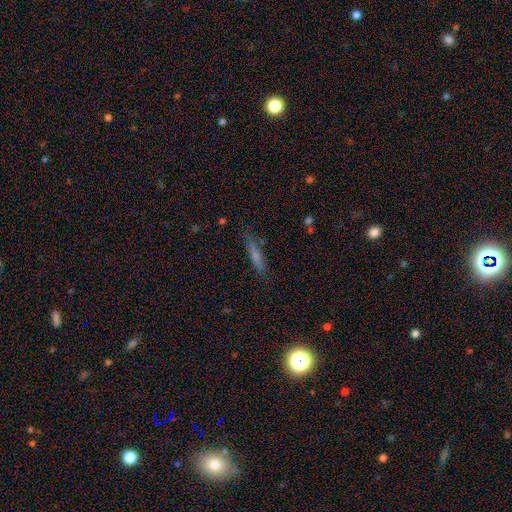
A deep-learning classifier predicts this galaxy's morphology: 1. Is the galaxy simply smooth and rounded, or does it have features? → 48% smooth, 36% featured or disk, 16% star or artifact.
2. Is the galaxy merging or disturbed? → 82% none, 13% minor disturbance, 3% major disturbance, 2% merger.